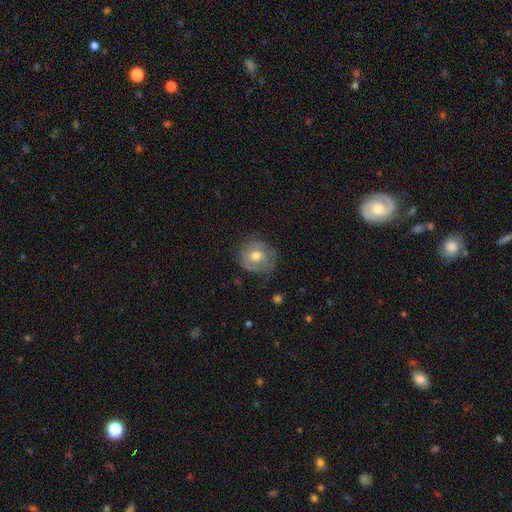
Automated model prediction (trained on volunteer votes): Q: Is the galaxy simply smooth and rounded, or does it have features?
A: featured or disk — 50%.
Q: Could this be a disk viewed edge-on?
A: no — 96%.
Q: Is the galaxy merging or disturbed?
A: none — 69%.